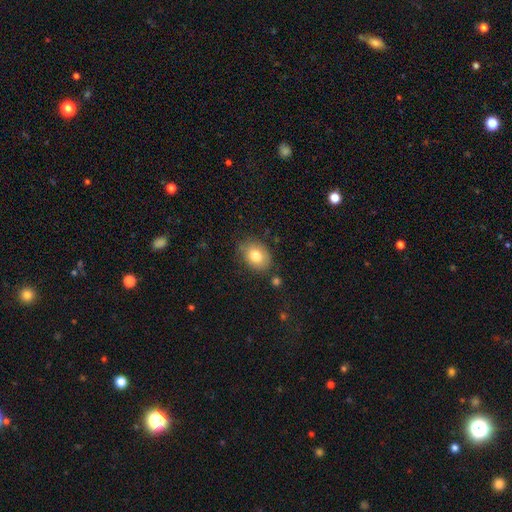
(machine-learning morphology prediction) Smooth or featured? Predicted: smooth (p=0.79). How rounded? Predicted: in between (p=0.65). Merging? Predicted: none (p=0.76).